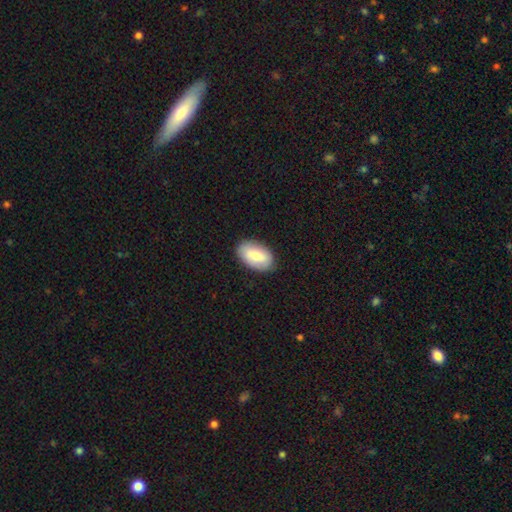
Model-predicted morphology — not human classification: The model was most divided on "smooth or featured": smooth: 81%, featured or disk: 13%, star or artifact: 6%. More confident: how rounded — in between (94%); merging — none (87%).